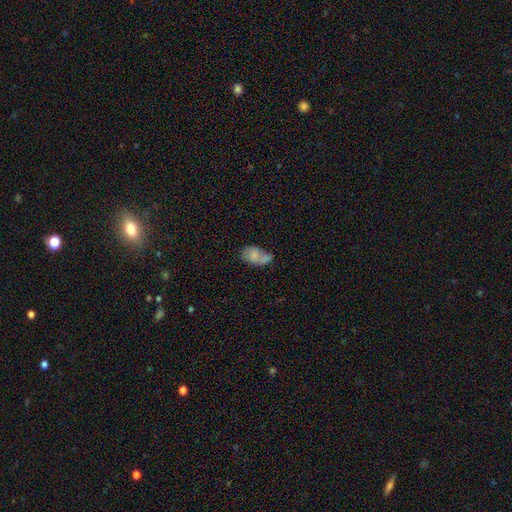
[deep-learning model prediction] This is likely a smooth galaxy (64%). How rounded: clearly in between (84%). Merging: marginally merger (34%).